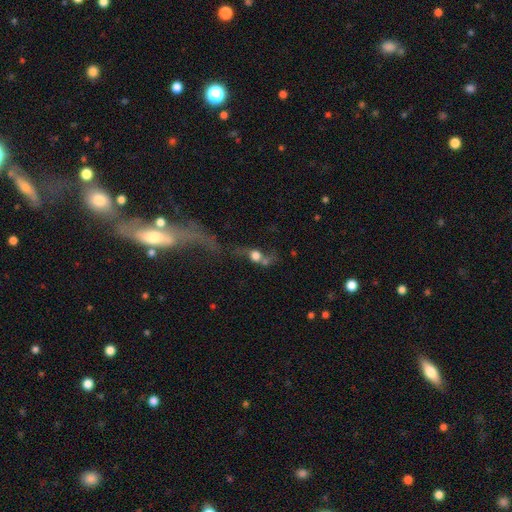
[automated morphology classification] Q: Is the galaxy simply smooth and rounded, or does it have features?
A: smooth — 48%.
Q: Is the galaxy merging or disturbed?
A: merger — 37%.